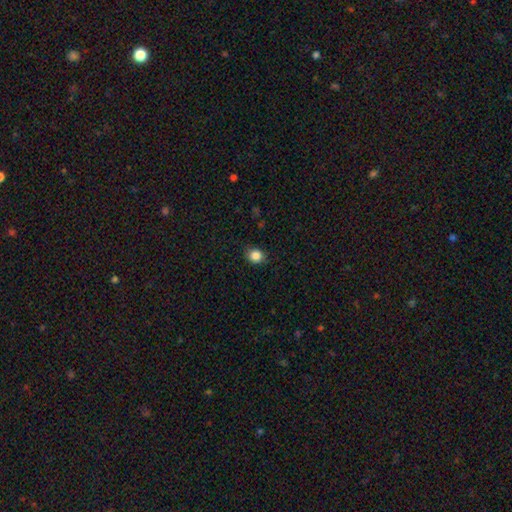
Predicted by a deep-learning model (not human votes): Morphology: type=smooth (85%); roundness=round (74%); merging=none (87%).